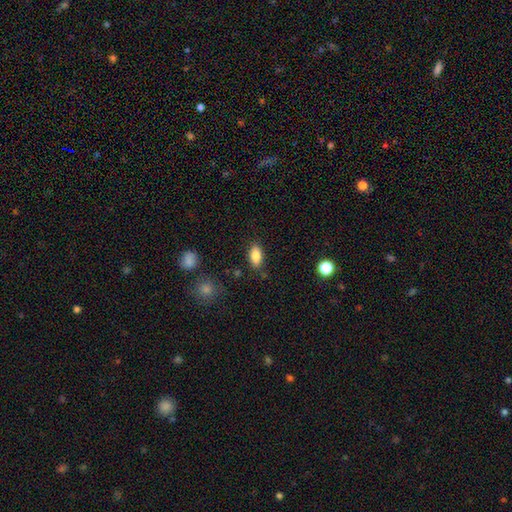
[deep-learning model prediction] Overall: smooth (83%). How rounded: in between (88%). Merging: none (83%).